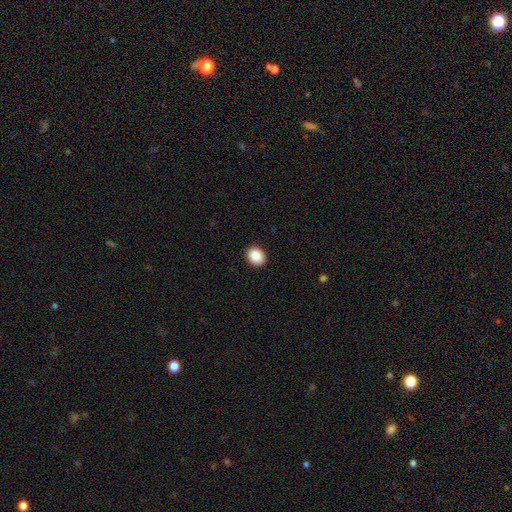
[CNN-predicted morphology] smooth-or-featured: smooth: 89% | star or artifact: 8% | featured or disk: 3%
  how-rounded: round: 61% | in between: 38% | cigar-shaped: 1%
  merging: none: 92% | minor disturbance: 6% | major disturbance: 2% | merger: 1%